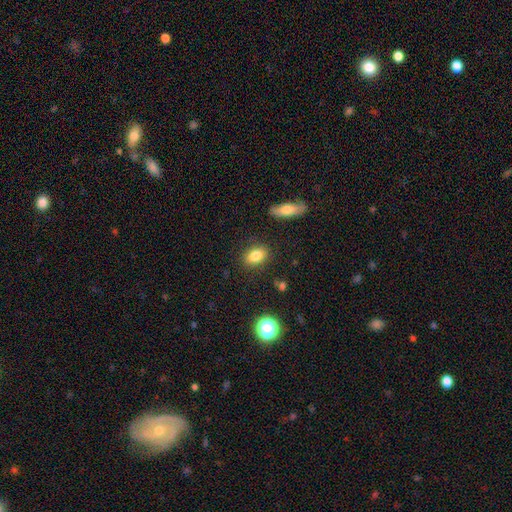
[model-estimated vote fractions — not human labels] Smooth or featured?
  - smooth: 82% *
  - star or artifact: 9%
  - featured or disk: 9%
How rounded?
  - in between: 80% *
  - round: 17%
  - cigar-shaped: 3%
Merging?
  - none: 86% *
  - minor disturbance: 9%
  - major disturbance: 3%
  - merger: 2%